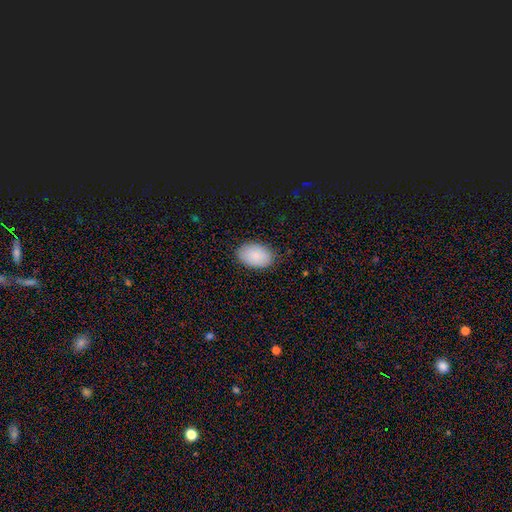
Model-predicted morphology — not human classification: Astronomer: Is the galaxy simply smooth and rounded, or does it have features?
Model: smooth — 89%.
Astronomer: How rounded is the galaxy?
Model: in between — 90%.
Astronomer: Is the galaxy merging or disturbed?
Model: none — 86%.